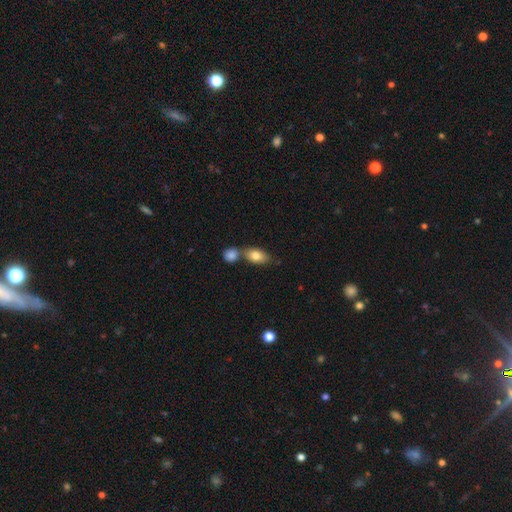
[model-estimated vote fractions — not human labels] Smooth or featured? Predicted: smooth (p=0.82). How rounded? Predicted: in between (p=0.88). Merging? Predicted: none (p=0.47).